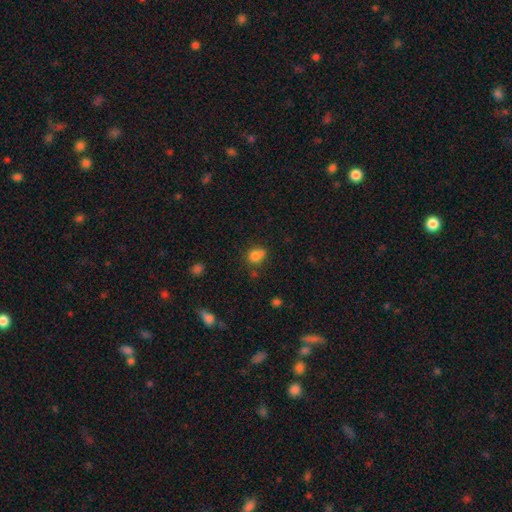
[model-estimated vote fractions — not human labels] Smooth or featured: smooth — 77% (star or artifact — 13%)
How rounded: round — 63% (in between — 35%)
Merging: none — 45% (merger — 30%)